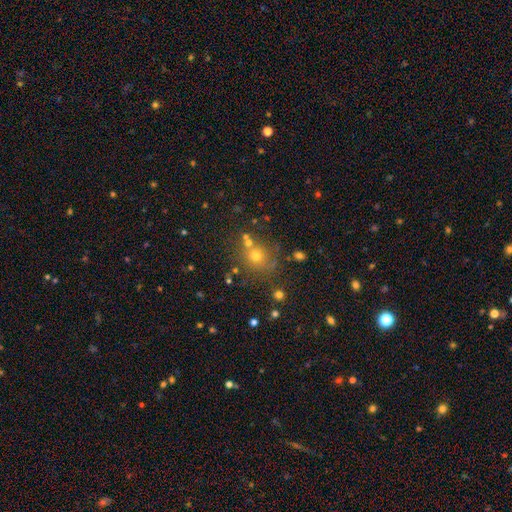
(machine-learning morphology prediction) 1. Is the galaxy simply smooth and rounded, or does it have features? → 62% smooth, 26% star or artifact, 12% featured or disk.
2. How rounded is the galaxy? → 84% round, 15% in between, 1% cigar-shaped.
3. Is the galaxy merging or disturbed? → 70% none, 14% merger, 11% minor disturbance, 5% major disturbance.